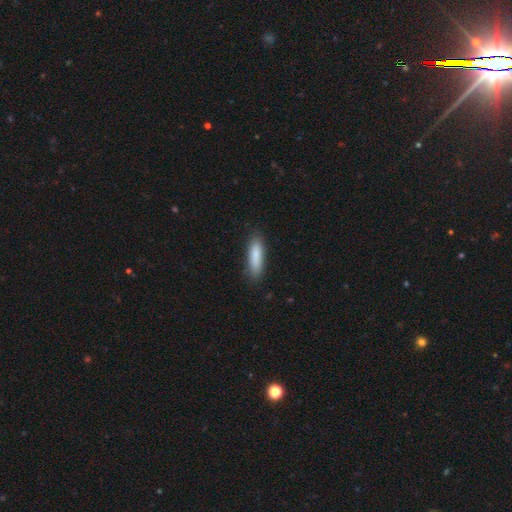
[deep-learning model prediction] smooth 86%, featured or disk 8%, star or artifact 6%. Down the decision tree: how rounded — cigar-shaped (57%); merging — none (83%).